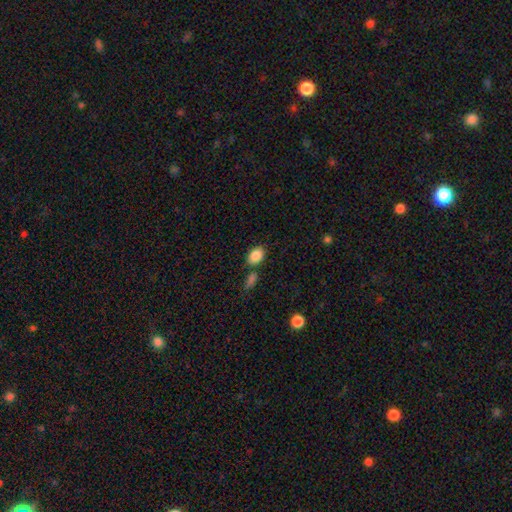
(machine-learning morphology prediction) type=smooth (87%); roundness=in between (76%); merging=none (71%).